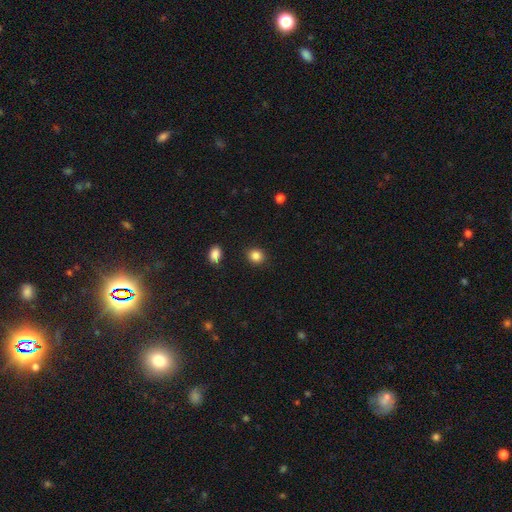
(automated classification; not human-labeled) Smooth or featured? smooth (86%)
How rounded? round (75%)
Merging? none (89%)